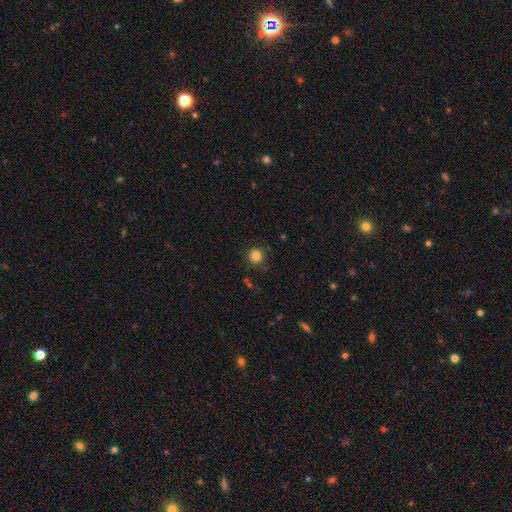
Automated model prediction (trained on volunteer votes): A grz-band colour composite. It shows a smooth galaxy with no disk features (84%) that is round (94%). Merging: none (88%).